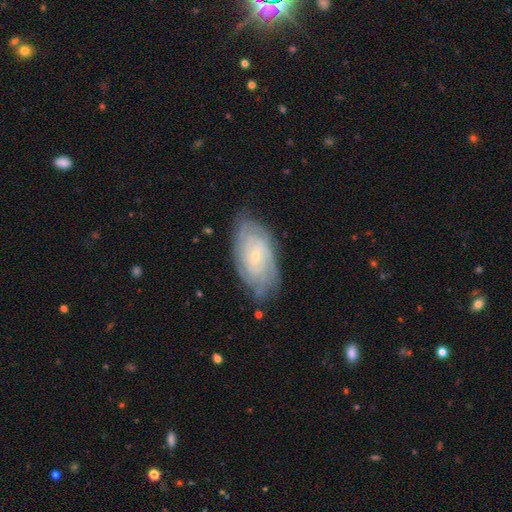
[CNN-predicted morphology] Smooth or featured? Predicted: featured or disk (p=0.79). Edge-on disk? Predicted: no (p=0.95). Bar? Predicted: no (p=0.71). Spiral arms? Predicted: yes (p=0.94). Spiral winding? Predicted: tight (p=0.78). Spiral arm count? Predicted: can't tell (p=0.44). Bulge size? Predicted: small (p=0.82). Merging? Predicted: none (p=0.76).